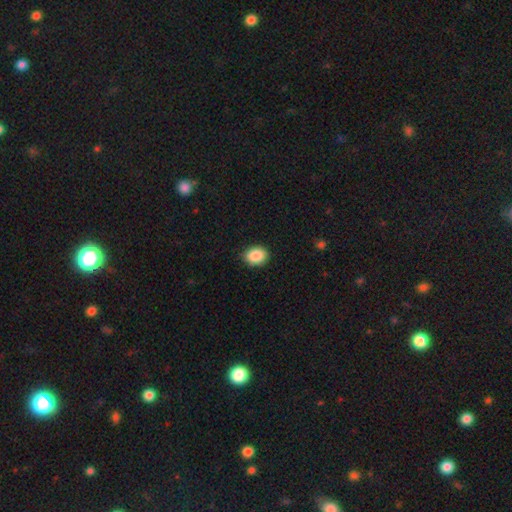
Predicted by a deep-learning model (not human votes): Smooth or featured? smooth (88%)
How rounded? in between (60%)
Merging? none (86%)